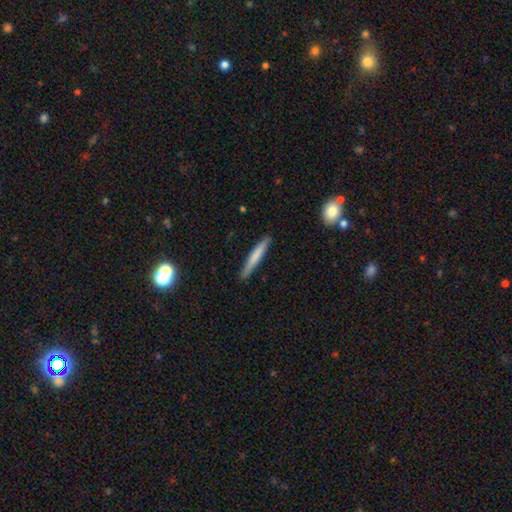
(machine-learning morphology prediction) A smooth galaxy with no disk features (70%) that is cigar-shaped (95%). Merging: none (89%).